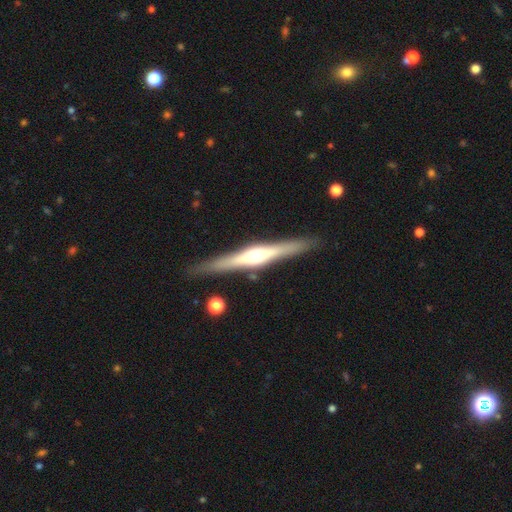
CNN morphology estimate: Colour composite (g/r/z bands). It shows a featured or disk galaxy (71%) viewed edge-on (97%) with a rounded central bulge (87%). Merging: none (86%).